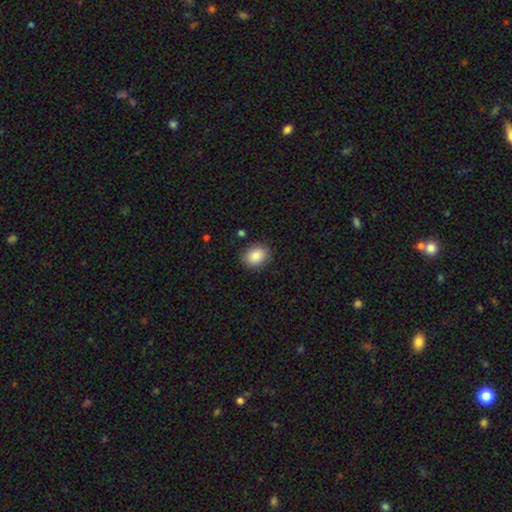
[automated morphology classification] A smooth galaxy with no disk features (87%) that is in between round and cigar-shaped (63%). Merging: none (86%).